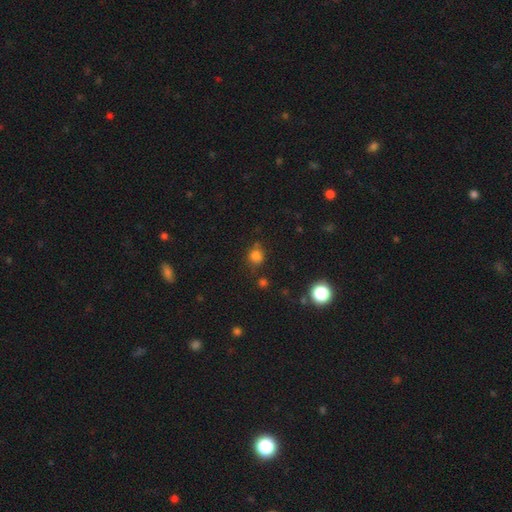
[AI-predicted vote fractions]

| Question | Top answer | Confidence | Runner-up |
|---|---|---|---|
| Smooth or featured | smooth | 77% | star or artifact (17%) |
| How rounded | round | 75% | in between (24%) |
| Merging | none | 70% | minor disturbance (19%) |